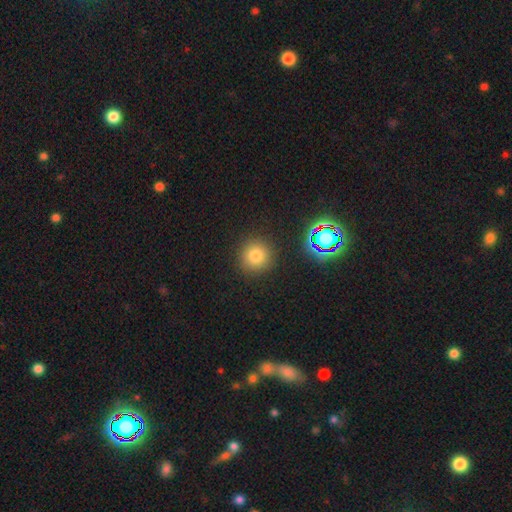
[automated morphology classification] A smooth galaxy with no disk features (77%) that is round (94%).

Vote fractions:
- Smooth or featured? smooth: 77% / star or artifact: 16% / featured or disk: 7%
- How rounded? round: 94% / in between: 5% / cigar-shaped: 1%
- Merging? none: 89% / minor disturbance: 6% / major disturbance: 2% / merger: 2%